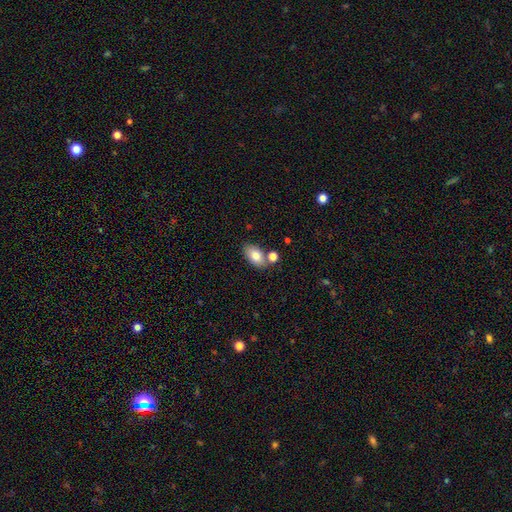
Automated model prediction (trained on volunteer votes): smooth-or-featured: smooth: 80% | featured or disk: 12% | star or artifact: 8%
  how-rounded: in between: 90% | round: 7% | cigar-shaped: 2%
  merging: none: 66% | merger: 18% | minor disturbance: 13% | major disturbance: 3%